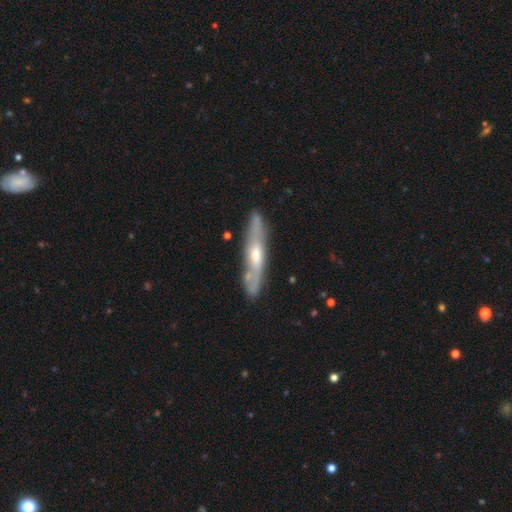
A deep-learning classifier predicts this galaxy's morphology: Smooth or featured? featured or disk (69%)
Edge-on disk? yes (63%)
Merging? none (81%)